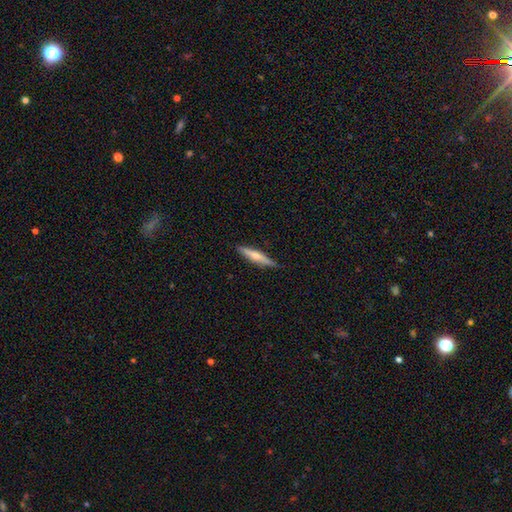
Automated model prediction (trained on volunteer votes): This is possibly a smooth galaxy (50%). How rounded: clearly cigar-shaped (88%). Merging: clearly none (82%).